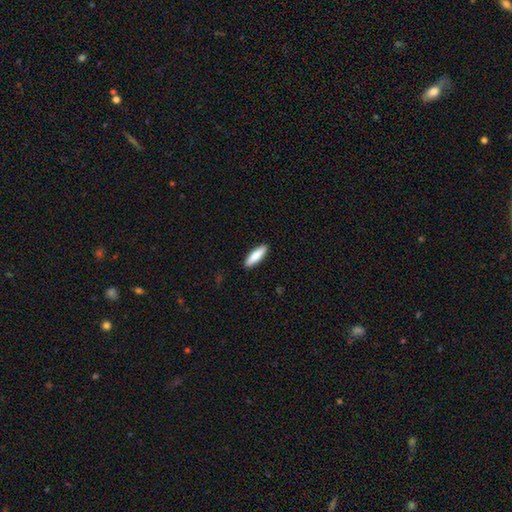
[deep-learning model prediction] A smooth galaxy with no disk features (82%) that is cigar-shaped (62%).

Vote fractions:
- Smooth or featured? smooth: 82% / featured or disk: 12% / star or artifact: 5%
- How rounded? cigar-shaped: 62% / in between: 36% / round: 2%
- Merging? none: 91% / minor disturbance: 7% / major disturbance: 2% / merger: 1%